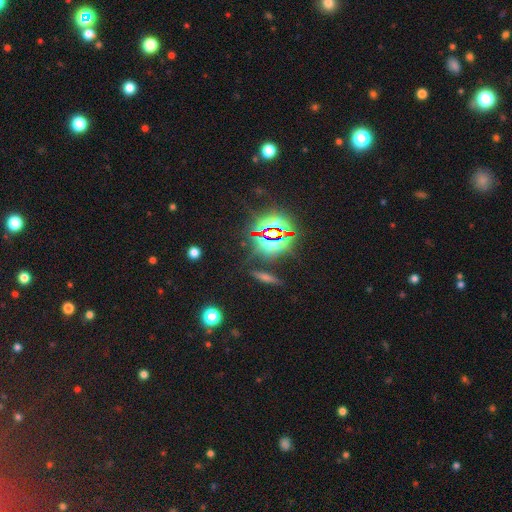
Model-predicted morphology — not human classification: Smooth or featured? star or artifact (81%)